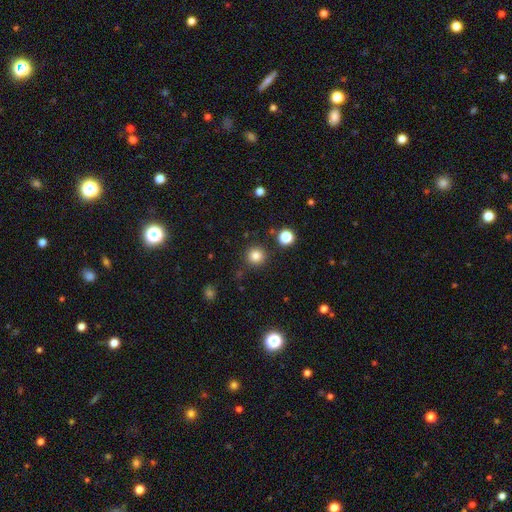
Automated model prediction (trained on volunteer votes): A smooth galaxy with no disk features (83%) that is round (95%). Merging: none (89%).